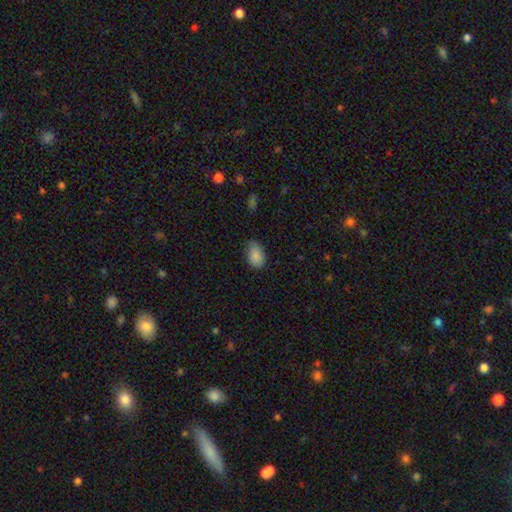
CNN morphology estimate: Q: Smooth or featured?
A: smooth (87%); runner-up: star or artifact (8%)
Q: How rounded?
A: in between (89%); runner-up: round (9%)
Q: Merging?
A: none (68%); runner-up: minor disturbance (26%)